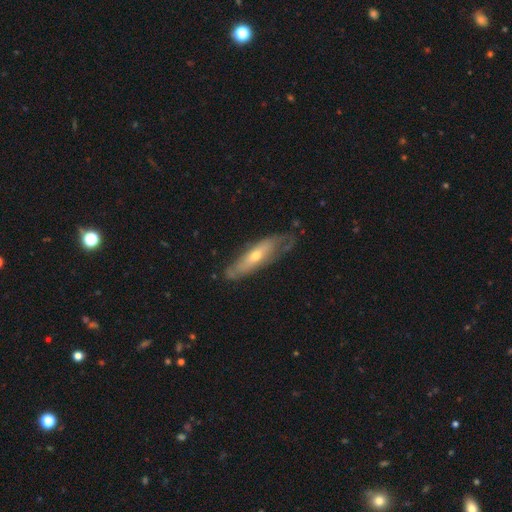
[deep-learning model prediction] Smooth or featured?
  - featured or disk: 61% *
  - smooth: 32%
  - star or artifact: 7%
Edge-on disk?
  - no: 55% *
  - yes: 45%
Merging?
  - none: 61% *
  - minor disturbance: 27%
  - major disturbance: 10%
  - merger: 2%